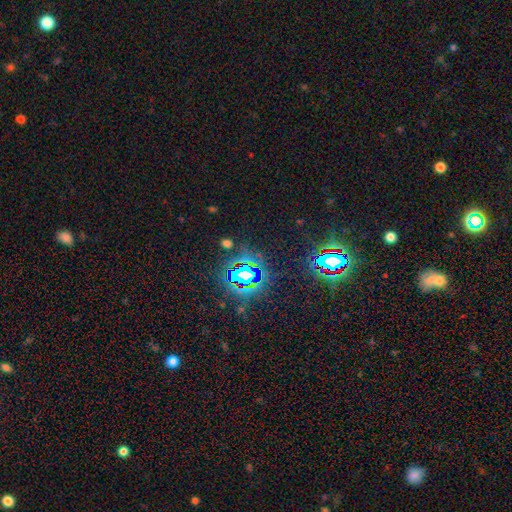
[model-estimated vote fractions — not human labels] This is clearly a star or artifact rather than a galaxy (82%).